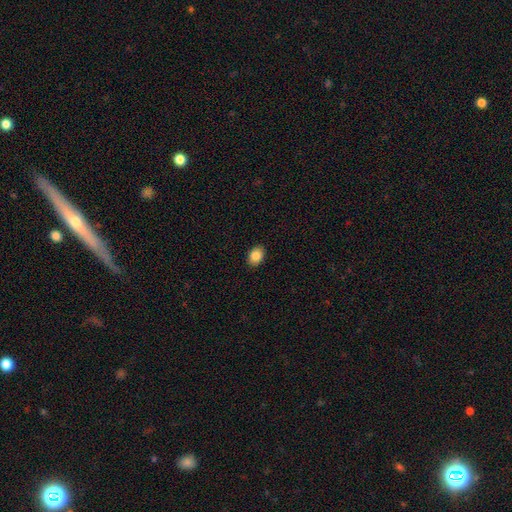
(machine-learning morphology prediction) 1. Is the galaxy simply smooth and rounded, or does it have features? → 85% smooth, 9% star or artifact, 6% featured or disk.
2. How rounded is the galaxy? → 74% in between, 25% round, 1% cigar-shaped.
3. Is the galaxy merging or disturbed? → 90% none, 7% minor disturbance, 2% major disturbance, 1% merger.